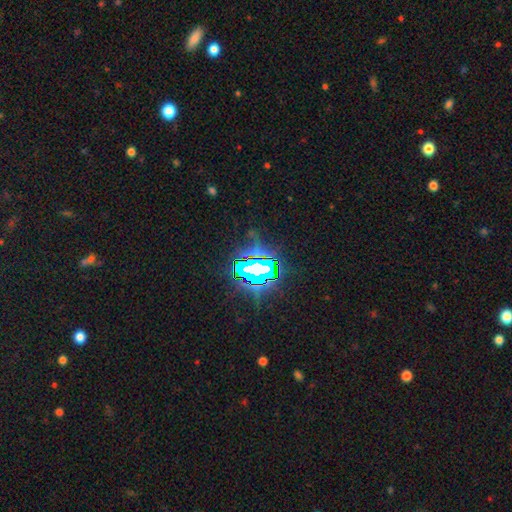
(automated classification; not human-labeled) Smooth or featured?
  - star or artifact: 78% *
  - featured or disk: 11%
  - smooth: 11%